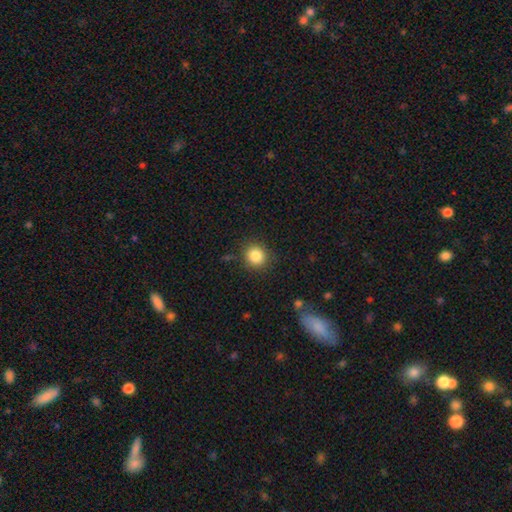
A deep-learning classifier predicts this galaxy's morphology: A smooth galaxy with no disk features (84%) that is round (86%). Merging: none (86%).